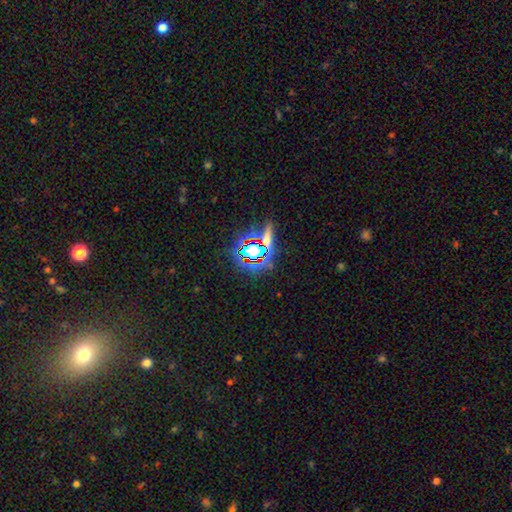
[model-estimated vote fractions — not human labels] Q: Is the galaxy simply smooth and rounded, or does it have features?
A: star or artifact — 65%.